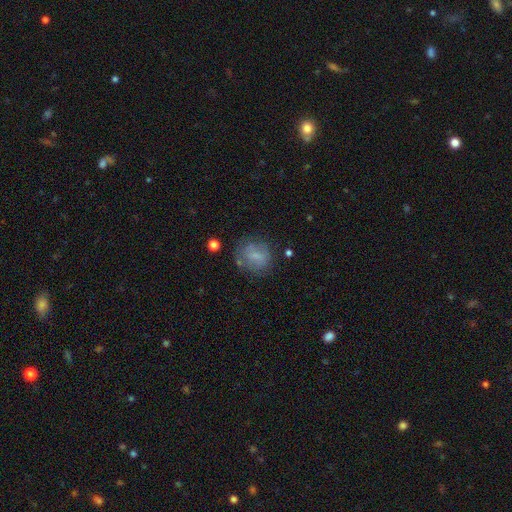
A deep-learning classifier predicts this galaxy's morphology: Smooth or featured?
  - smooth: 62% *
  - featured or disk: 27%
  - star or artifact: 11%
How rounded?
  - round: 69% *
  - in between: 30%
  - cigar-shaped: 1%
Merging?
  - none: 63% *
  - minor disturbance: 21%
  - major disturbance: 12%
  - merger: 4%